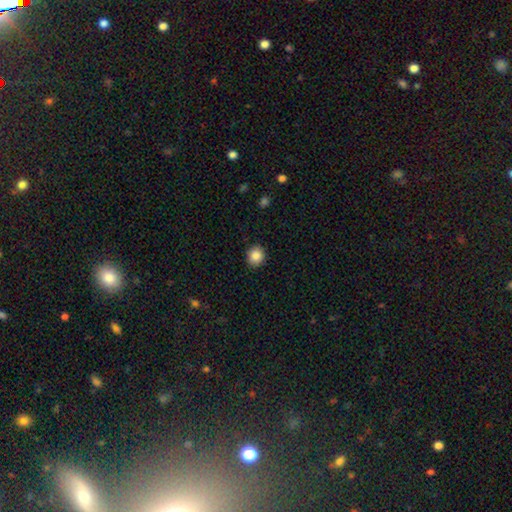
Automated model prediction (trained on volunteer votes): Smooth or featured?
  - smooth: 86% *
  - star or artifact: 9%
  - featured or disk: 5%
How rounded?
  - round: 82% *
  - in between: 17%
  - cigar-shaped: 1%
Merging?
  - none: 91% *
  - minor disturbance: 6%
  - major disturbance: 2%
  - merger: 1%